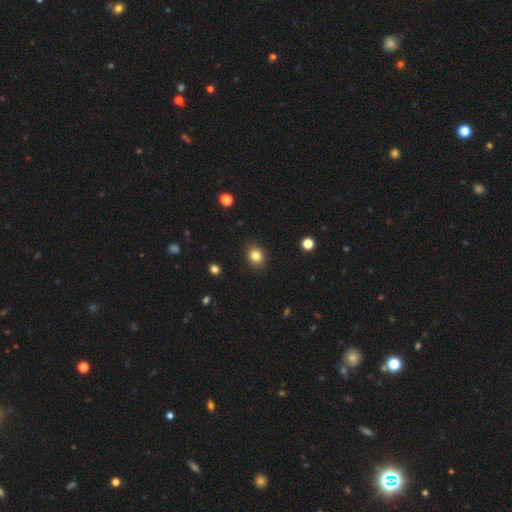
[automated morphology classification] Q: Smooth or featured?
A: smooth (83%); runner-up: star or artifact (11%)
Q: How rounded?
A: round (66%); runner-up: in between (33%)
Q: Merging?
A: none (89%); runner-up: minor disturbance (7%)